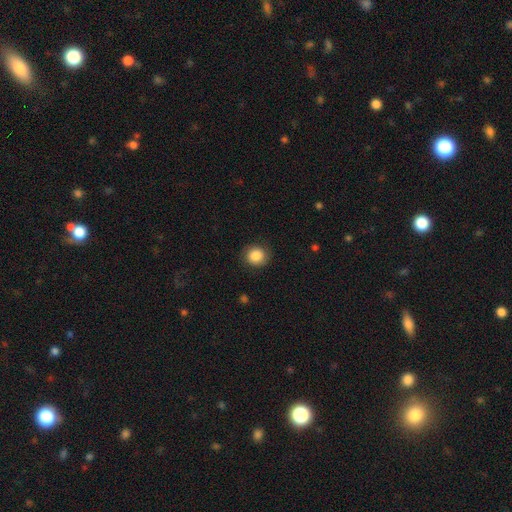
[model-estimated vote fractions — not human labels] Overall: smooth (86%). How rounded: round (84%). Merging: none (87%).